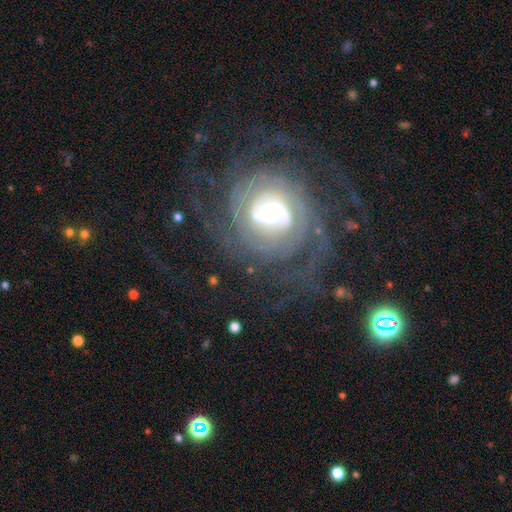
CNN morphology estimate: Smooth or featured?
  - featured or disk: 83% *
  - star or artifact: 9%
  - smooth: 8%
Edge-on disk?
  - no: 97% *
  - yes: 3%
Bar?
  - no: 64% *
  - weak: 26%
  - strong: 10%
Spiral arms?
  - yes: 95% *
  - no: 5%
Spiral winding?
  - tight: 74% *
  - medium: 20%
  - loose: 5%
Spiral arm count?
  - can't tell: 33% *
  - 2: 20%
  - 3: 16%
  - 4: 12%
  - more than 4: 10%
  - 1: 9%
Bulge size?
  - moderate: 43% *
  - large: 34%
  - small: 16%
  - dominant: 4%
  - none: 2%
Merging?
  - none: 76% *
  - minor disturbance: 12%
  - major disturbance: 10%
  - merger: 1%